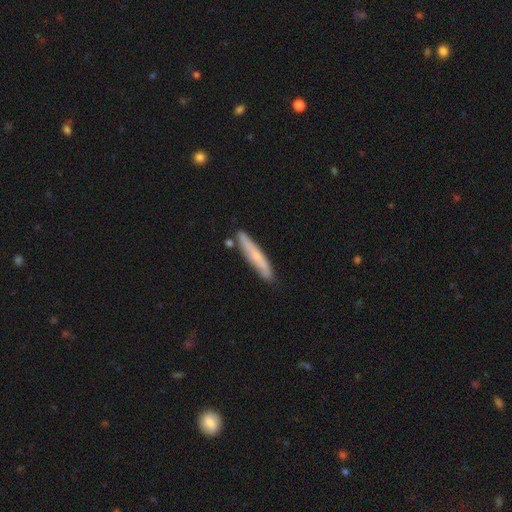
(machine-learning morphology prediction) smooth-or-featured: smooth: 60% | featured or disk: 33% | star or artifact: 6%
  how-rounded: cigar-shaped: 93% | in between: 6% | round: 1%
  merging: none: 79% | minor disturbance: 14% | merger: 4% | major disturbance: 2%